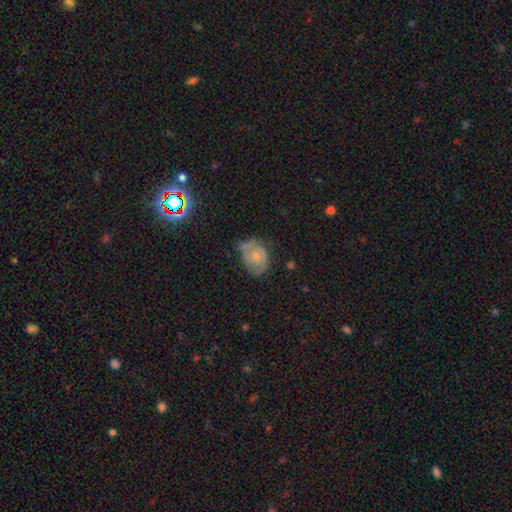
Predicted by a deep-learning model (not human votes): Overall: smooth (46%; featured or disk 44%). Merging: none (42%; minor disturbance 37%).